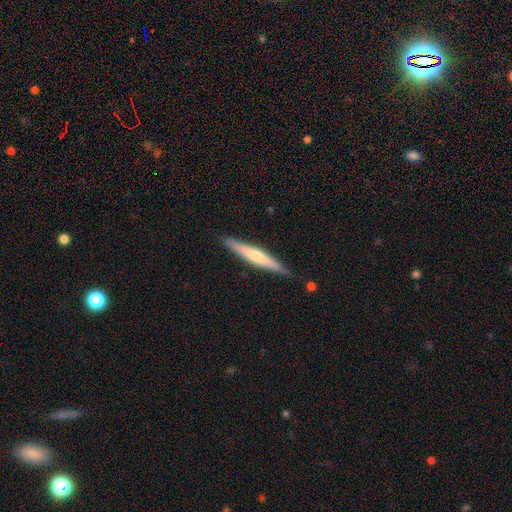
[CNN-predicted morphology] Q: Smooth or featured?
A: featured or disk (50%); runner-up: smooth (44%)
Q: Edge-on disk?
A: yes (95%); runner-up: no (5%)
Q: Merging?
A: none (88%); runner-up: minor disturbance (9%)